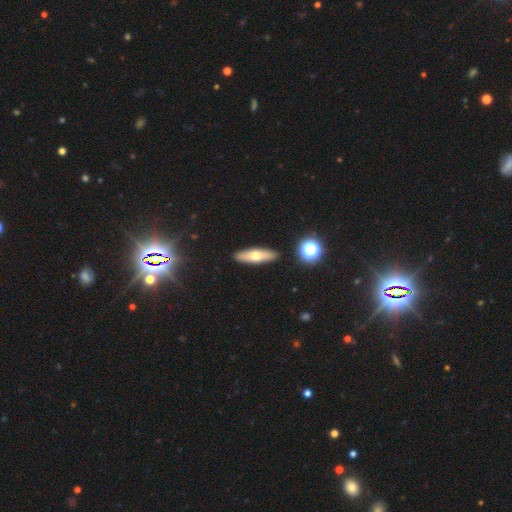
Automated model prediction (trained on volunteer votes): Smooth or featured: smooth — 56% (featured or disk — 37%)
How rounded: cigar-shaped — 57% (in between — 39%)
Merging: none — 89% (minor disturbance — 7%)